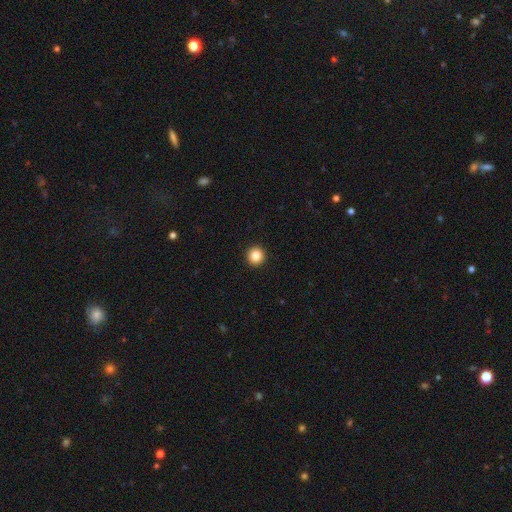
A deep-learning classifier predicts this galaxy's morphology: Q: Smooth or featured?
A: smooth (85%); runner-up: star or artifact (10%)
Q: How rounded?
A: round (95%); runner-up: in between (4%)
Q: Merging?
A: none (94%); runner-up: minor disturbance (4%)